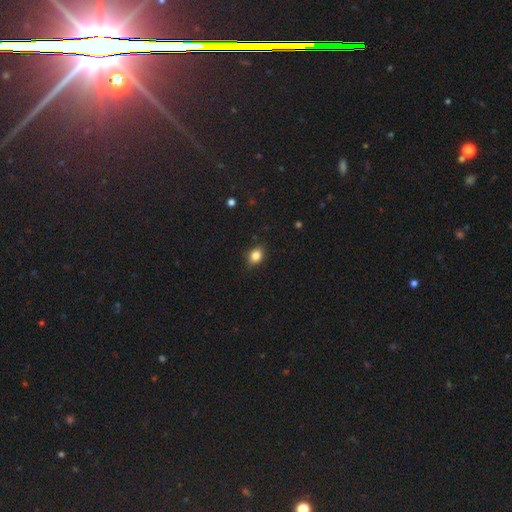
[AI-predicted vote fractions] Smooth or featured? Predicted: smooth (p=0.84). How rounded? Predicted: in between (p=0.66). Merging? Predicted: none (p=0.83).